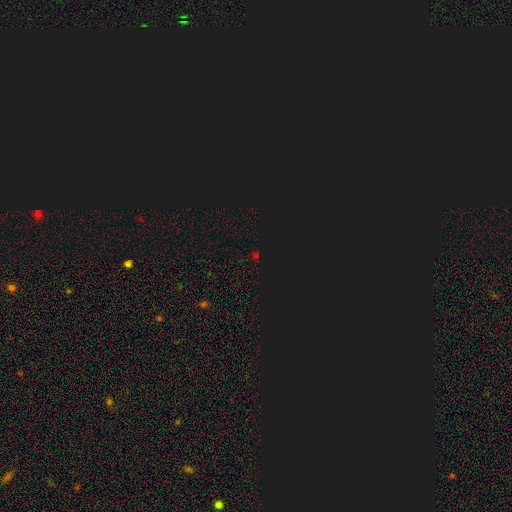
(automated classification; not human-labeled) Overall: star or artifact (76%).